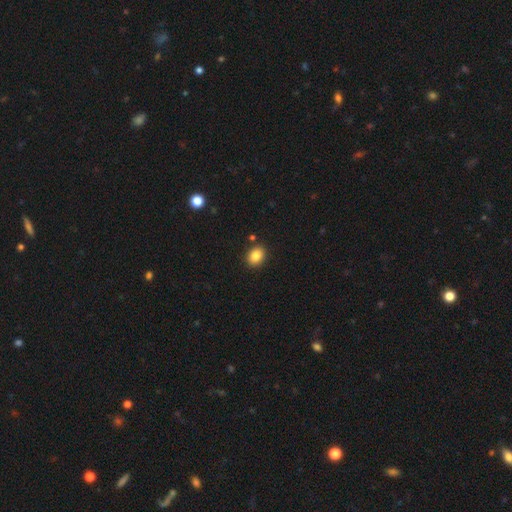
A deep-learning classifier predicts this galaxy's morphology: type=smooth (85%); roundness=in between (58%); merging=none (87%).